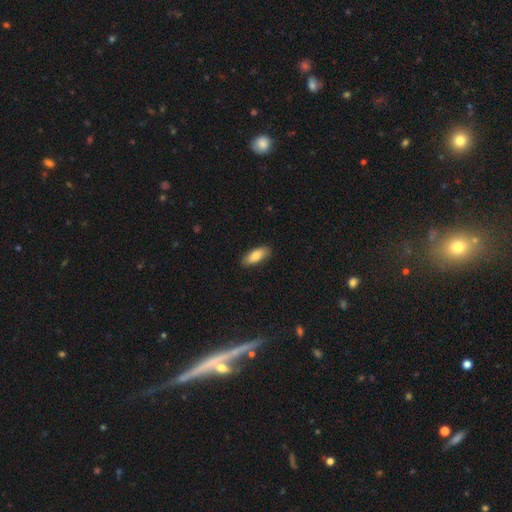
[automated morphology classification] A smooth galaxy with no disk features (79%) that is in between round and cigar-shaped (77%). Merging: none (87%).